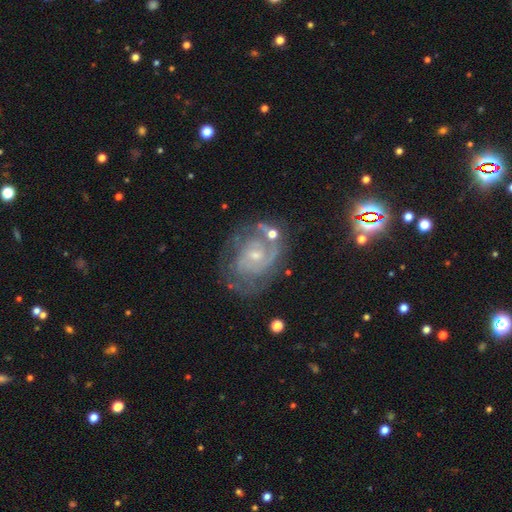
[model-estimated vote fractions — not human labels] Overall: featured or disk (85%). Edge-on disk: no (98%). Bar: no (63%; weak 32%). Spiral arms: yes (94%). Spiral arm count: 2 (42%; can't tell 28%). Spiral winding: tight (60%; medium 32%). Bulge size: small (64%; moderate 31%). Merging: none (61%).